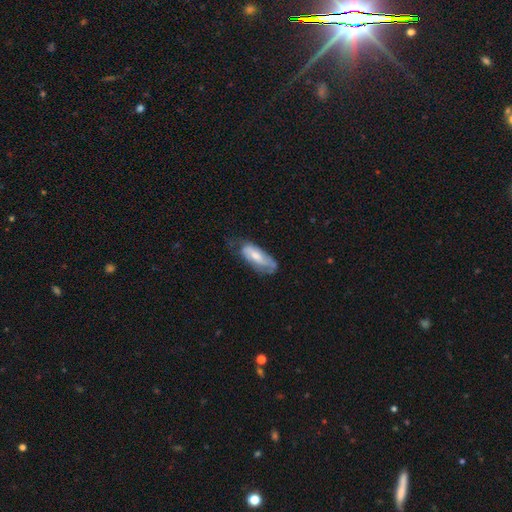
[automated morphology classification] This appears to be a smooth galaxy with no disk features (50%). Merging: none (46%).